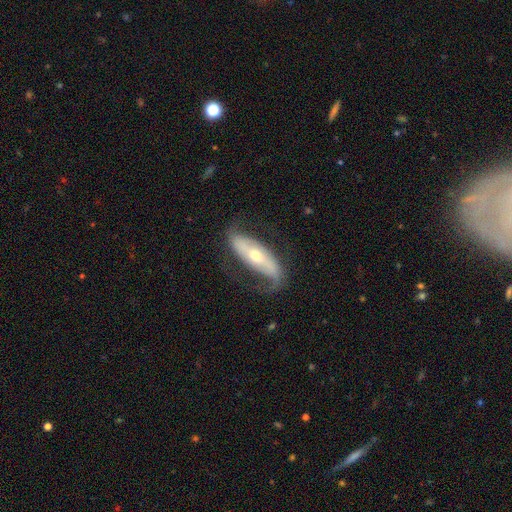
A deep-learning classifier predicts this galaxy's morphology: smooth_or_featured: featured or disk (p=0.78) [alt: smooth p=0.17]
disk_edge_on: no (p=0.83) [alt: yes p=0.17]
bar: strong (p=0.42) [alt: no p=0.36]
has_spiral_arms: yes (p=0.87) [alt: no p=0.13]
spiral_winding: loose (p=0.51) [alt: medium p=0.33]
spiral_arm_count: 2 (p=0.83) [alt: 1 p=0.08]
bulge_size: moderate (p=0.52) [alt: small p=0.43]
merging: none (p=0.65) [alt: minor disturbance p=0.19]